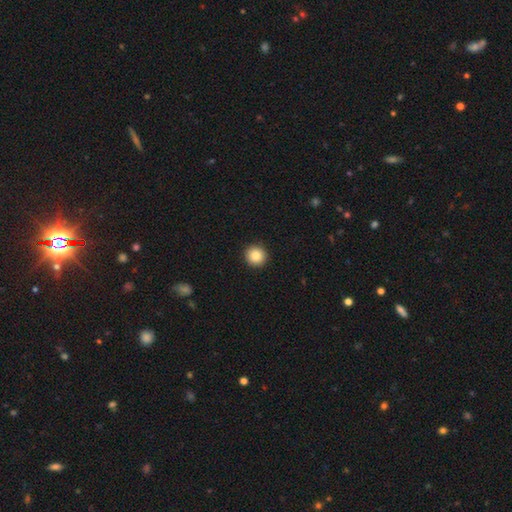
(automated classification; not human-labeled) Smooth or featured?
  - smooth: 87% *
  - star or artifact: 9%
  - featured or disk: 5%
How rounded?
  - round: 93% *
  - in between: 6%
  - cigar-shaped: 1%
Merging?
  - none: 92% *
  - minor disturbance: 5%
  - major disturbance: 2%
  - merger: 1%